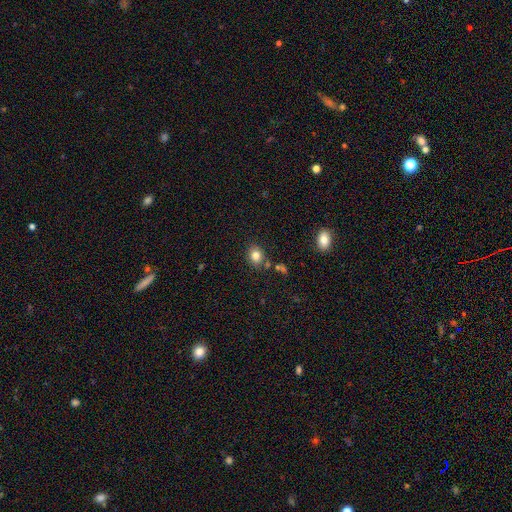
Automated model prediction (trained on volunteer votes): This appears to be a smooth galaxy with no disk features (81%) that is round (60%). Merging: none (79%).